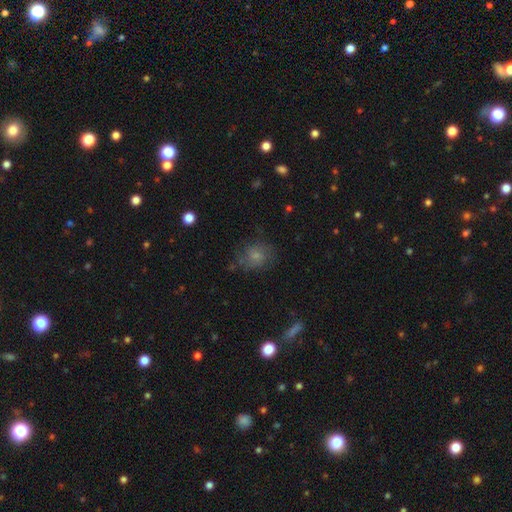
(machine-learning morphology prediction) A smooth galaxy with no disk features (63%) that is round (66%). Merging: none (64%).